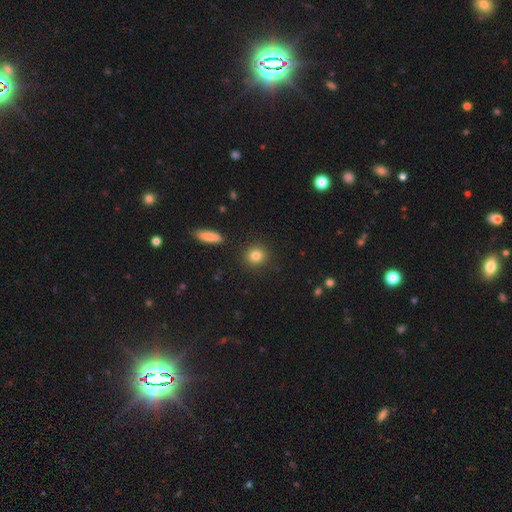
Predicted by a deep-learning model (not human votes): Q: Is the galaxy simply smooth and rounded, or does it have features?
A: smooth — 83%.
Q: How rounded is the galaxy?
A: round — 83%.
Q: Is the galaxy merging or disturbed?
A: none — 90%.